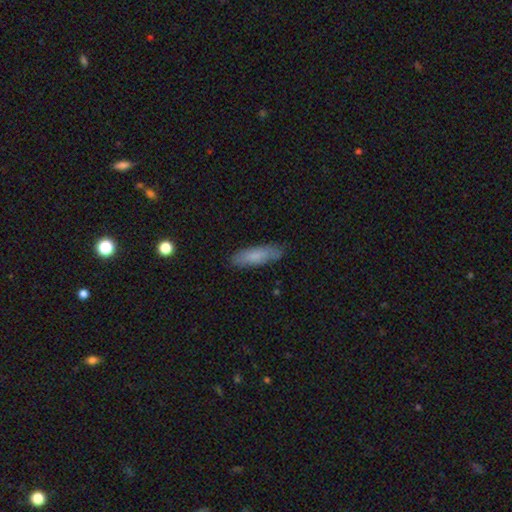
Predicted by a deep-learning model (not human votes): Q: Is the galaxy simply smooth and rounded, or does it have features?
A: smooth — 78%.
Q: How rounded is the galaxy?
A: cigar-shaped — 55%.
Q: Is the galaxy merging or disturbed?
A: none — 83%.